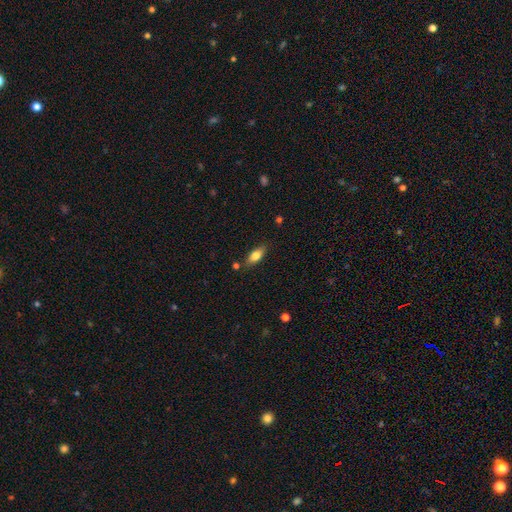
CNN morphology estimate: Smooth or featured: smooth — 74% (featured or disk — 18%)
How rounded: in between — 76% (cigar-shaped — 21%)
Merging: none — 79% (minor disturbance — 14%)